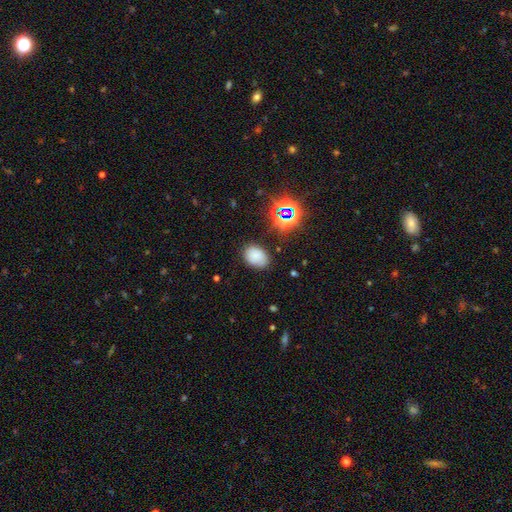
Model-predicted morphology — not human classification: This is likely a smooth galaxy (74%). How rounded: likely in between (77%). Merging: likely none (77%).